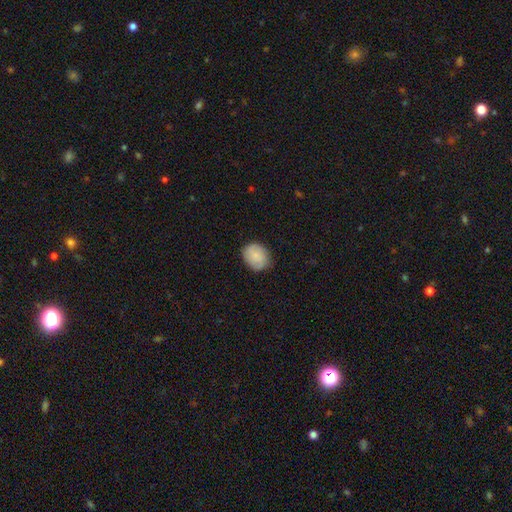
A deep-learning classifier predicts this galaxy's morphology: Overall: smooth (84%). How rounded: in between (50%; round 49%). Merging: none (79%).